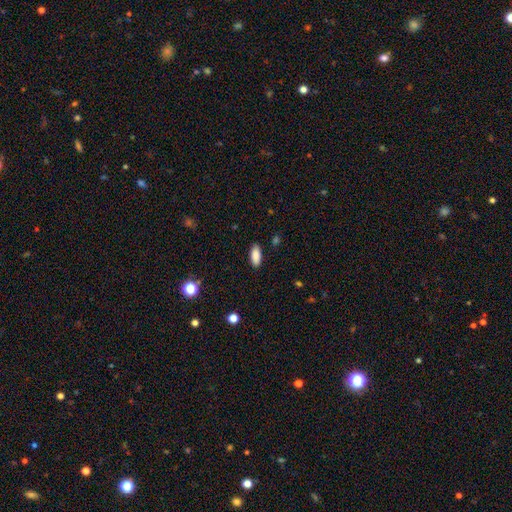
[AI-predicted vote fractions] smooth 87%, star or artifact 7%, featured or disk 5%. Down the decision tree: how rounded — in between (83%); merging — none (88%).